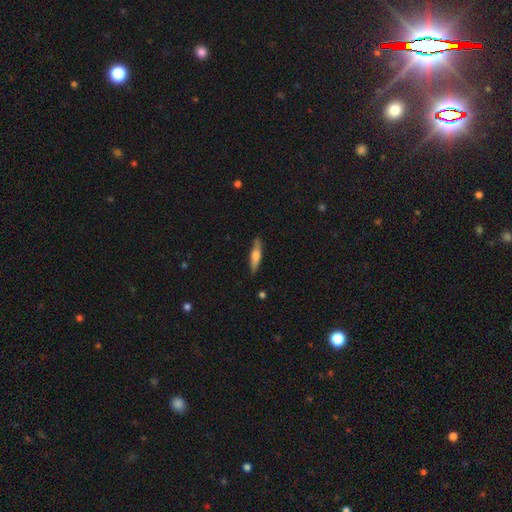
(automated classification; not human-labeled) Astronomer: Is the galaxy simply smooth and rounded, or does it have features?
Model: smooth — 51% (runner-up: featured or disk, 43%).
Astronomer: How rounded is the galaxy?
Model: cigar-shaped — 79%.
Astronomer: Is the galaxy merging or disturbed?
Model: none — 86%.